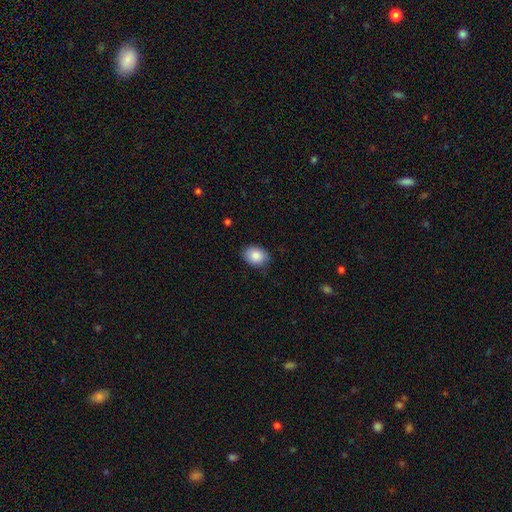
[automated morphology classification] A smooth galaxy with no disk features (86%) that is in between round and cigar-shaped (62%). Merging: none (81%).